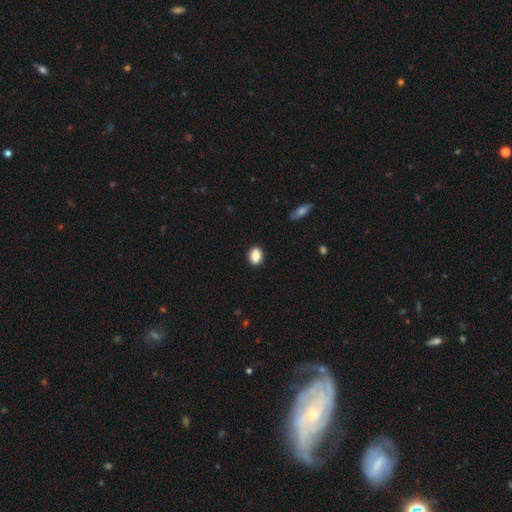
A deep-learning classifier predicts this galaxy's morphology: smooth-or-featured: smooth: 88% | star or artifact: 8% | featured or disk: 4%
  how-rounded: in between: 68% | round: 30% | cigar-shaped: 2%
  merging: none: 88% | minor disturbance: 9% | major disturbance: 2% | merger: 1%